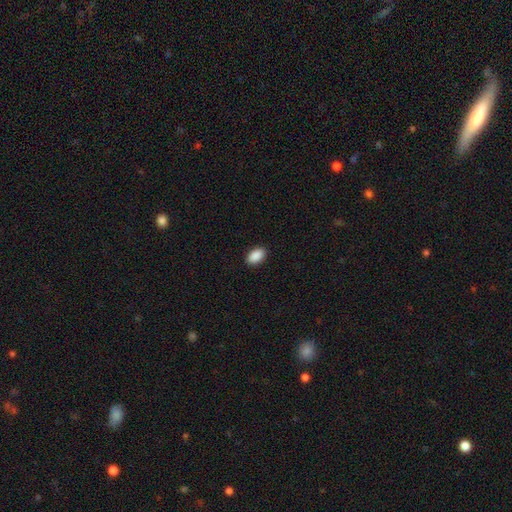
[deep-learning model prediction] Smooth or featured: smooth — 91% (star or artifact — 7%)
How rounded: in between — 91% (round — 7%)
Merging: none — 91% (minor disturbance — 7%)